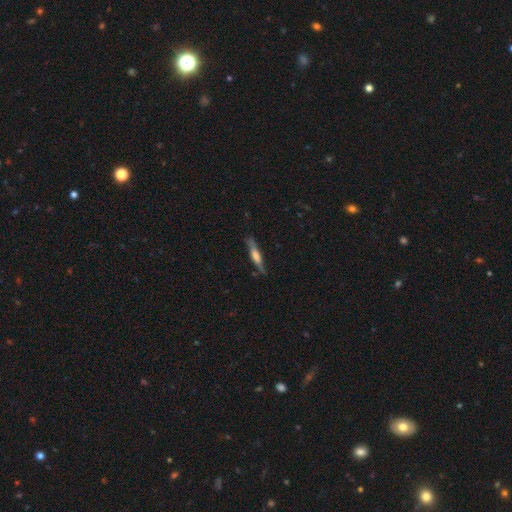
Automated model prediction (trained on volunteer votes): featured or disk 54%, smooth 40%, star or artifact 6%. Down the decision tree: edge-on disk — yes (93%); edge-on bulge — rounded (52%); merging — none (81%).